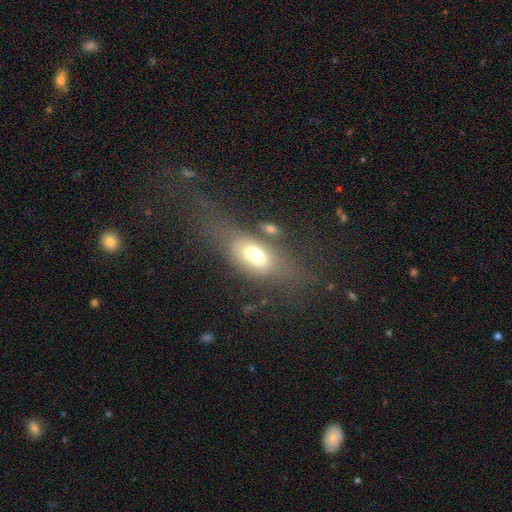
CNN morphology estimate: A smooth galaxy with no disk features (53%) that is in between round and cigar-shaped (75%). Merging: merger (44%).